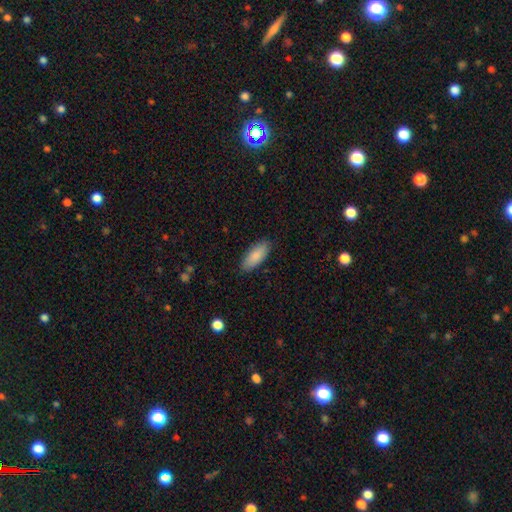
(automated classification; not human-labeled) smooth_or_featured: smooth (p=0.87) [alt: featured or disk p=0.08]
how_rounded: in between (p=0.80) [alt: cigar-shaped p=0.19]
merging: none (p=0.87) [alt: minor disturbance p=0.10]